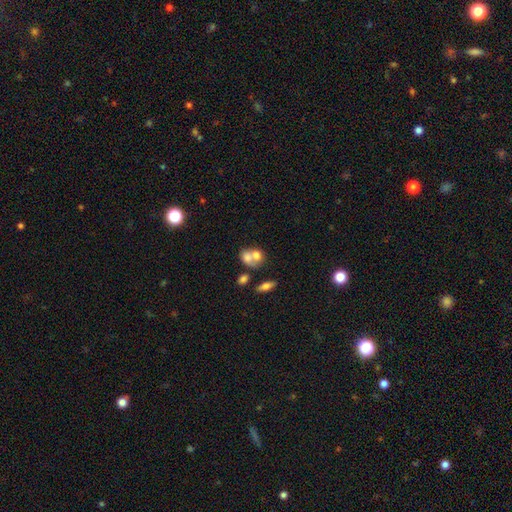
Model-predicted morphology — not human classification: This is likely a smooth galaxy (65%). How rounded: possibly in between (52%). Merging: likely merger (64%).